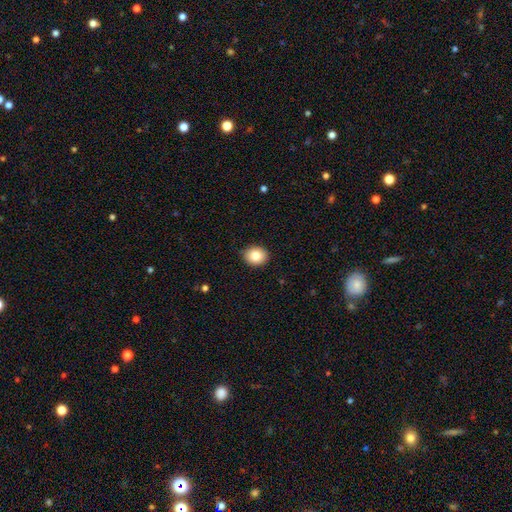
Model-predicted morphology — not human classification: This appears to be a smooth galaxy with no disk features (81%) that is round (61%). Merging: none (89%).